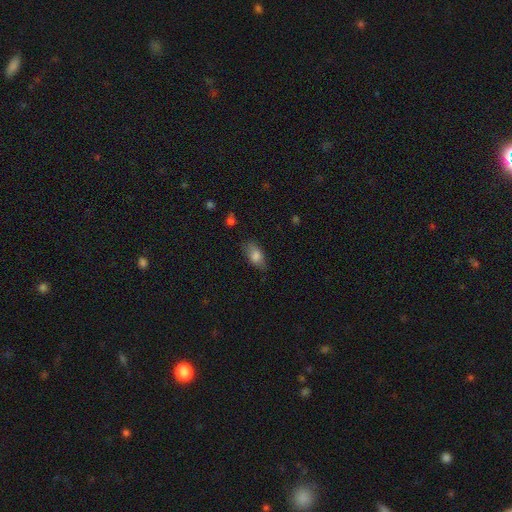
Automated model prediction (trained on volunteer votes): The model was most divided on "merging": none: 75%, minor disturbance: 19%, major disturbance: 5%, merger: 2%. More confident: how rounded — in between (85%); smooth or featured — smooth (78%).